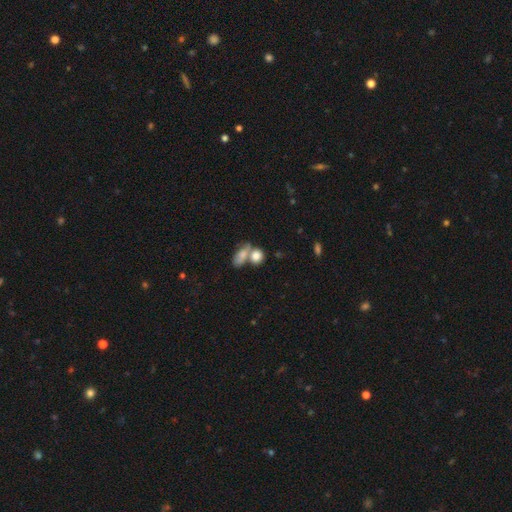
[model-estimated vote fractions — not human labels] Smooth or featured? Predicted: smooth (p=0.80). How rounded? Predicted: in between (p=0.55). Merging? Predicted: merger (p=0.53).